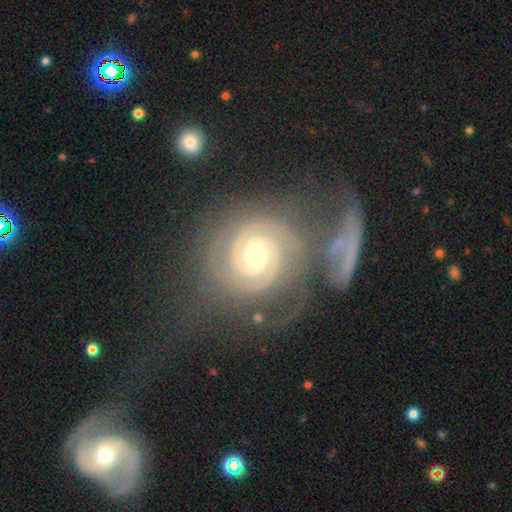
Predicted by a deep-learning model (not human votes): Overall: featured or disk (89%). Edge-on disk: no (97%). Bar: no (40%; weak 39%). Spiral arms: yes (98%). Spiral arm count: 2 (61%). Spiral winding: tight (80%). Bulge size: moderate (64%; small 29%). Merging: none (48%; major disturbance 18%).